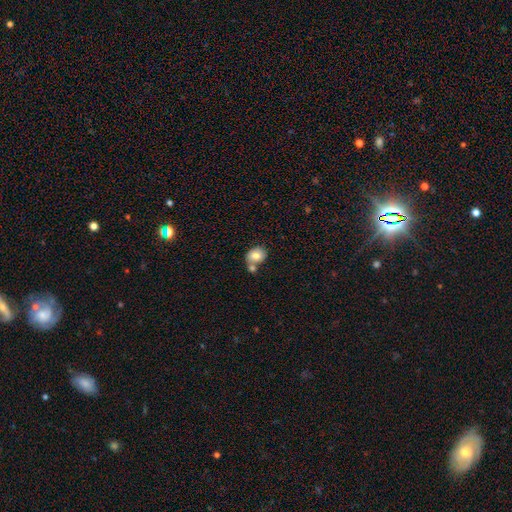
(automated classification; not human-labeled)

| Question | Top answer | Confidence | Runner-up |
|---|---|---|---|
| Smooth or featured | smooth | 77% | featured or disk (15%) |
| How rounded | round | 55% | in between (44%) |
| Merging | none | 44% | merger (38%) |